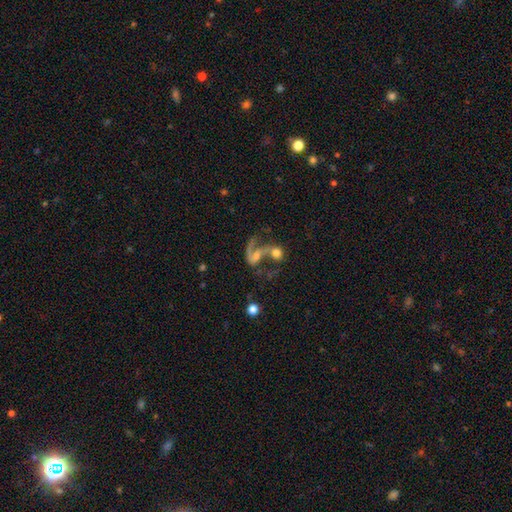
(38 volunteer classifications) Smooth or featured?
  - featured or disk: 58% *
  - smooth: 34%
  - star or artifact: 8%
Edge-on disk?
  - no: 100% *
  - yes: 0%
Bar?
  - no: 50% *
  - weak: 41%
  - strong: 9%
Spiral arms?
  - yes: 64% *
  - no: 36%
Spiral winding?
  - loose: 50% *
  - medium: 43%
  - tight: 7%
Spiral arm count?
  - 1: 71% *
  - 2: 21%
  - can't tell: 7%
  - 3: 0%
  - 4: 0%
  - more than 4: 0%
Bulge size?
  - small: 36% *
  - moderate: 23%
  - large: 18%
  - none: 18%
  - dominant: 5%
Merging?
  - merger: 86% *
  - minor disturbance: 6%
  - major disturbance: 6%
  - none: 3%